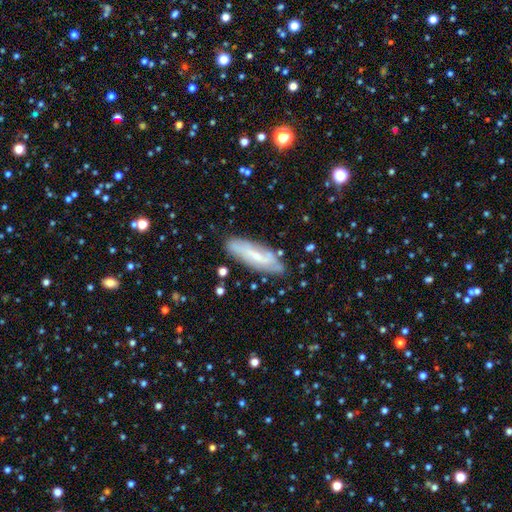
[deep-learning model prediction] smooth_or_featured: featured or disk (p=0.51) [alt: smooth p=0.40]
disk_edge_on: no (p=0.66) [alt: yes p=0.34]
merging: none (p=0.79) [alt: minor disturbance p=0.15]